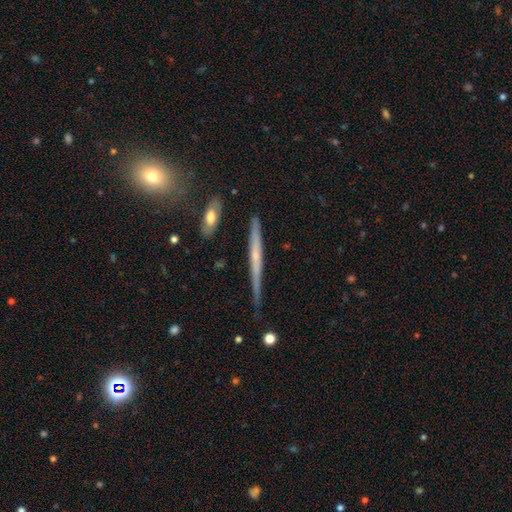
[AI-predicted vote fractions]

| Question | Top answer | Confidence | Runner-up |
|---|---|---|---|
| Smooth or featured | featured or disk | 60% | smooth (34%) |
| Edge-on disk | yes | 96% | no (4%) |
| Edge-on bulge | none | 67% | rounded (27%) |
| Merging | none | 78% | minor disturbance (17%) |